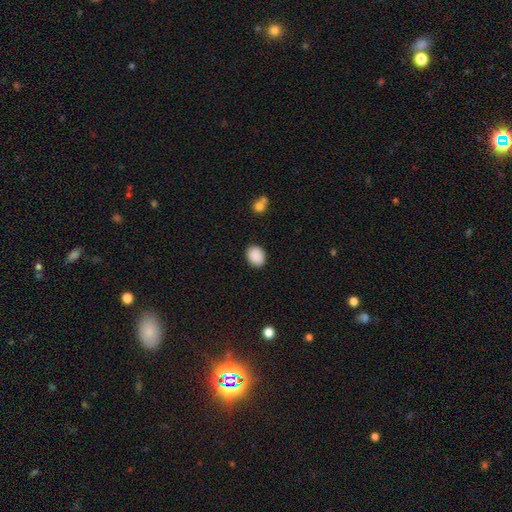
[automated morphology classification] Smooth or featured? Predicted: smooth (p=0.90). How rounded? Predicted: in between (p=0.62). Merging? Predicted: none (p=0.88).